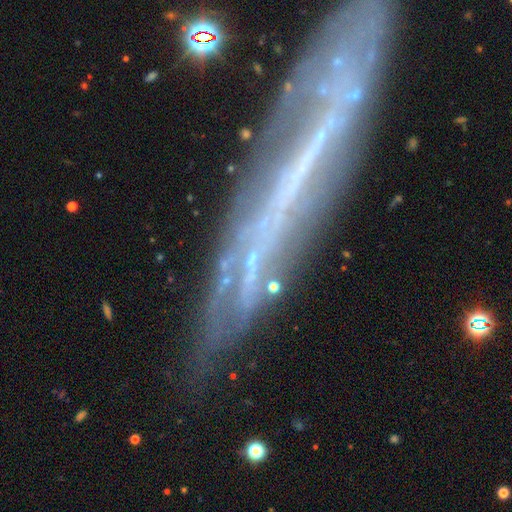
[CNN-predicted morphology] Smooth or featured? Predicted: featured or disk (p=0.71). Edge-on disk? Predicted: yes (p=0.68). Merging? Predicted: none (p=0.63).